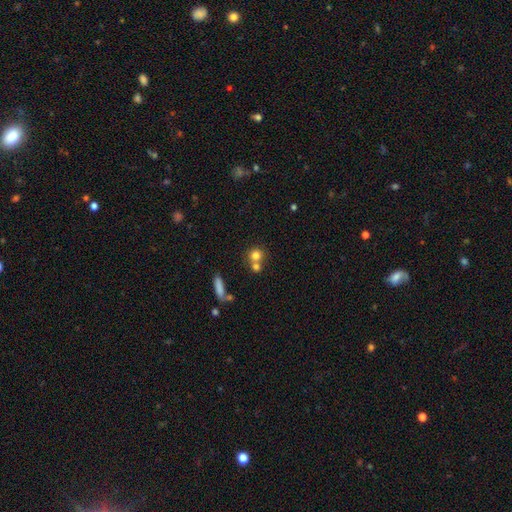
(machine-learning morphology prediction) The model was most divided on "merging": none: 45%, merger: 44%, minor disturbance: 7%, major disturbance: 4%. More confident: how rounded — round (85%); smooth or featured — smooth (76%).